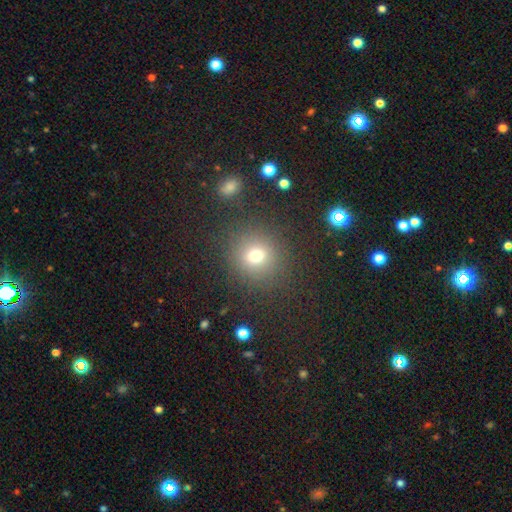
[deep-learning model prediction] Smooth or featured? Predicted: smooth (p=0.70). How rounded? Predicted: round (p=0.86). Merging? Predicted: none (p=0.85).